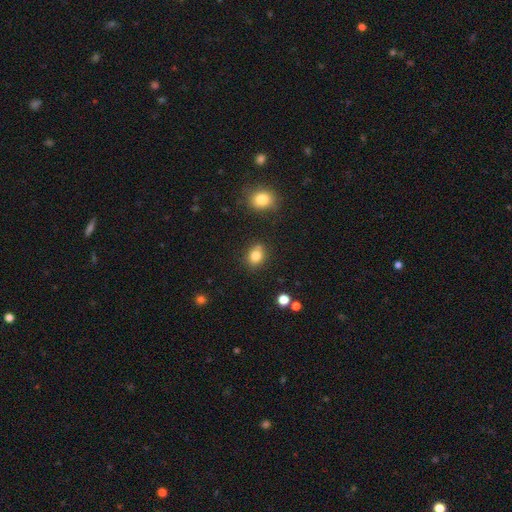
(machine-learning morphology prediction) Smooth or featured? smooth (82%)
How rounded? round (52%)
Merging? none (74%)